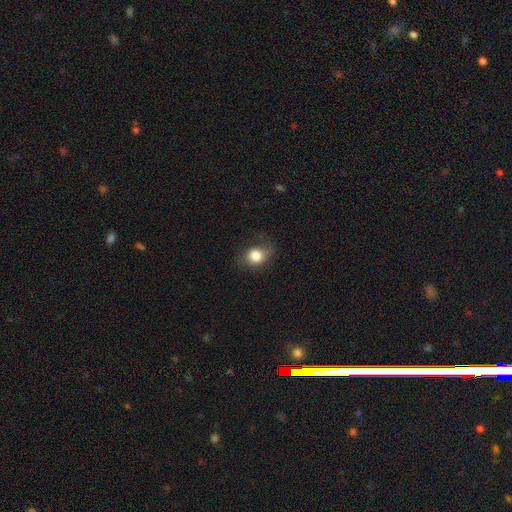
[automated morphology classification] type=smooth (81%); roundness=round (57%); merging=none (68%).